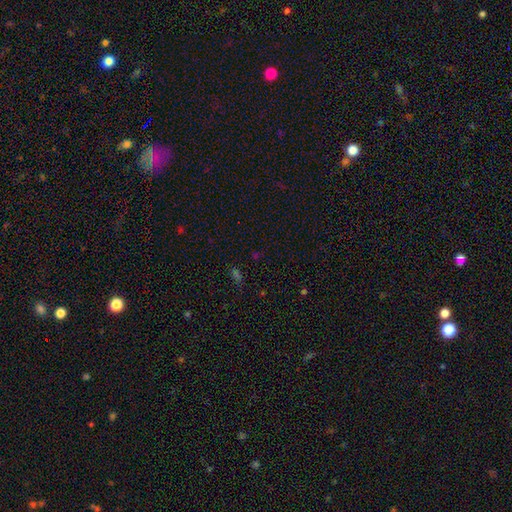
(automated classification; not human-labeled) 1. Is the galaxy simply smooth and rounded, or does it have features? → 54% star or artifact, 39% smooth, 7% featured or disk.